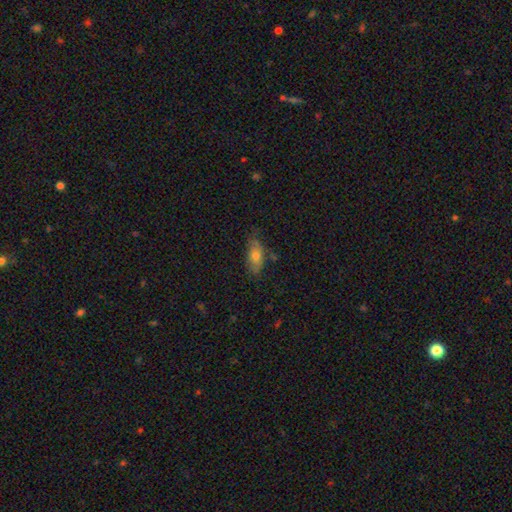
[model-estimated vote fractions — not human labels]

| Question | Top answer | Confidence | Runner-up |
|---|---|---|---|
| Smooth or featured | smooth | 66% | featured or disk (26%) |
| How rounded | in between | 81% | cigar-shaped (14%) |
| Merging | none | 70% | minor disturbance (23%) |